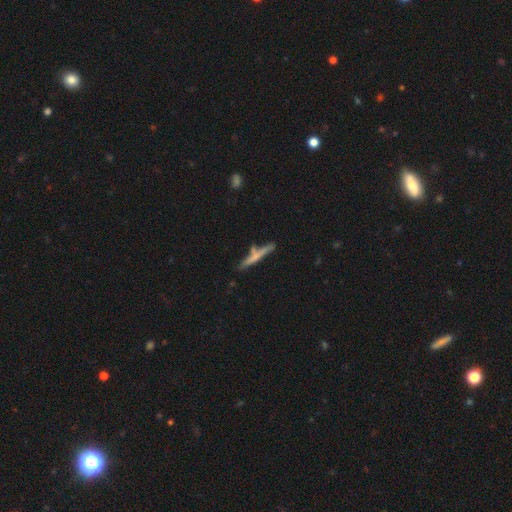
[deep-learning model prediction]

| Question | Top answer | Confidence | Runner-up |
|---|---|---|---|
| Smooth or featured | smooth | 51% | featured or disk (43%) |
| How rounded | cigar-shaped | 93% | in between (5%) |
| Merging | none | 70% | minor disturbance (14%) |